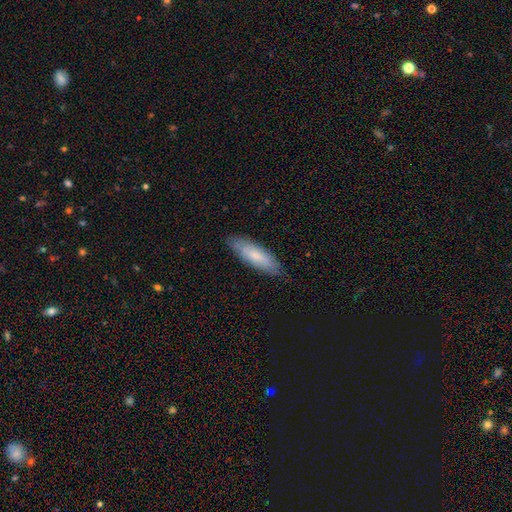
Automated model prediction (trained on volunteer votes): The model was most divided on "how rounded": in between: 51%, cigar-shaped: 47%, round: 2%. More confident: merging — none (81%); smooth or featured — smooth (67%).